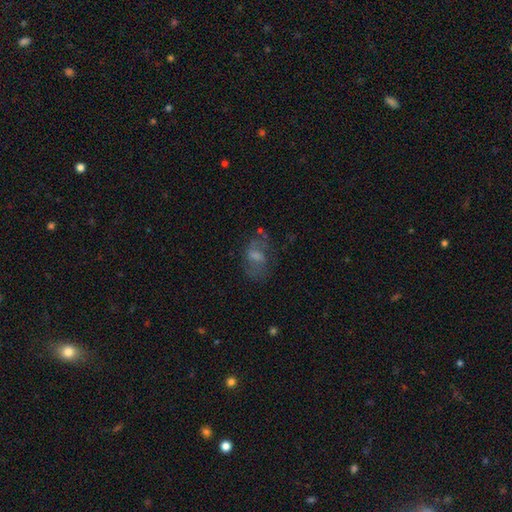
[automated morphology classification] This appears to be a featured or disk galaxy (49%). Merging: none (58%).